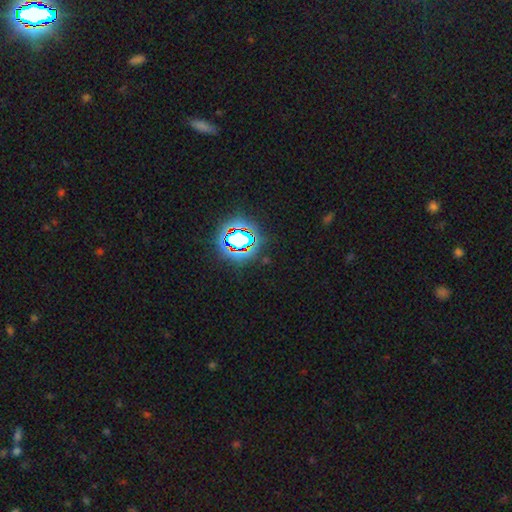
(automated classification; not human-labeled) Smooth or featured? star or artifact (78%)